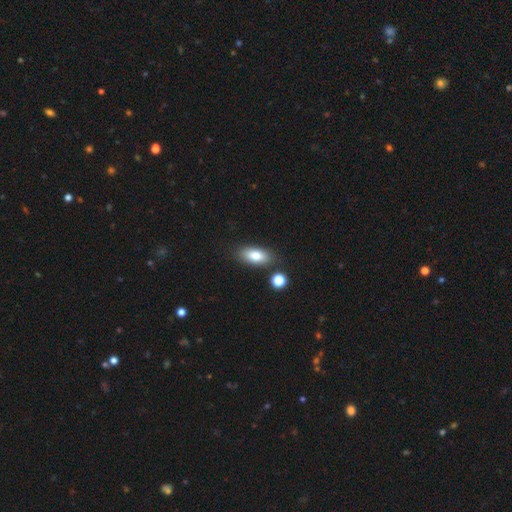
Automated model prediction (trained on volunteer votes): This appears to be a smooth galaxy with no disk features (79%) that is in between round and cigar-shaped (85%). Merging: none (80%).